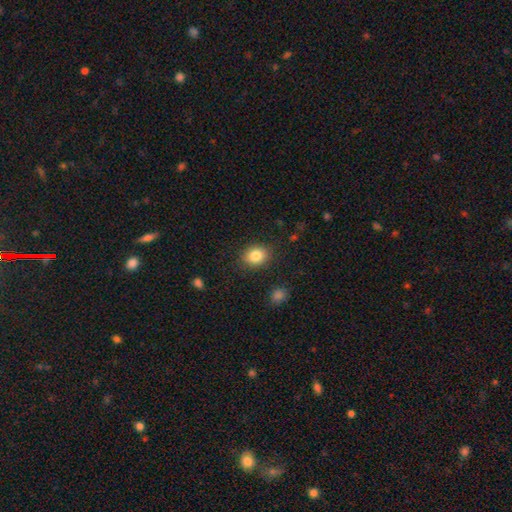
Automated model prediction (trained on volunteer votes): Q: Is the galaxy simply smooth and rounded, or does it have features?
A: smooth — 83%.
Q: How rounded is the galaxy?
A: round — 52%.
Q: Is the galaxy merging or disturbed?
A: none — 87%.